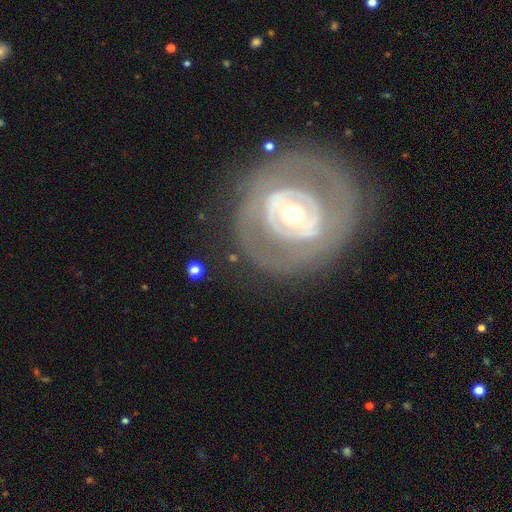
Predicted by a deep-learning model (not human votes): Smooth or featured?
  - featured or disk: 74% *
  - smooth: 19%
  - star or artifact: 6%
Edge-on disk?
  - no: 95% *
  - yes: 5%
Bar?
  - no: 48% *
  - weak: 28%
  - strong: 24%
Spiral arms?
  - no: 59% *
  - yes: 41%
Bulge size?
  - moderate: 49% *
  - small: 39%
  - large: 9%
  - dominant: 2%
  - none: 1%
Merging?
  - none: 79% *
  - minor disturbance: 11%
  - major disturbance: 8%
  - merger: 1%